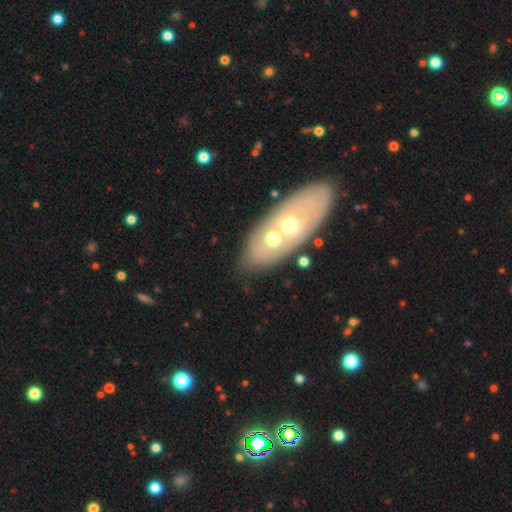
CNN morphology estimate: smooth 45%, featured or disk 44%, star or artifact 12%. Down the decision tree: merging — none (47%).